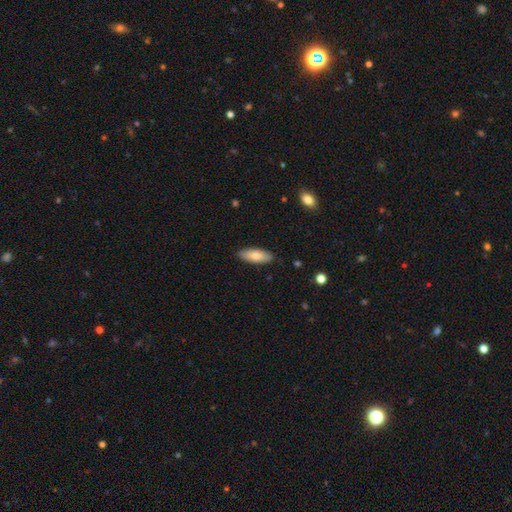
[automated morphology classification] smooth 81%, featured or disk 13%, star or artifact 6%. Down the decision tree: how rounded — in between (71%); merging — none (88%).